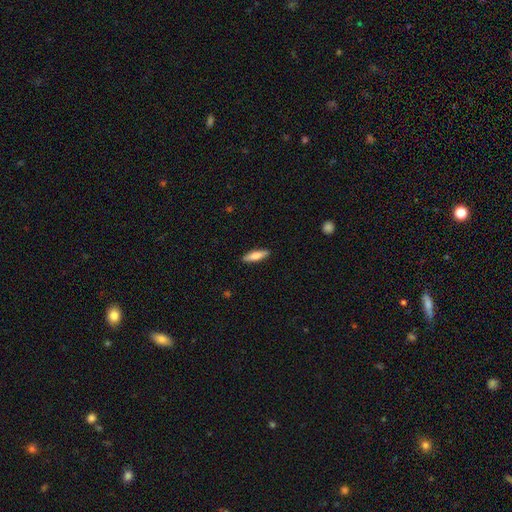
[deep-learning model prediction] Overall: smooth (69%). How rounded: cigar-shaped (59%; in between 39%). Merging: none (89%).